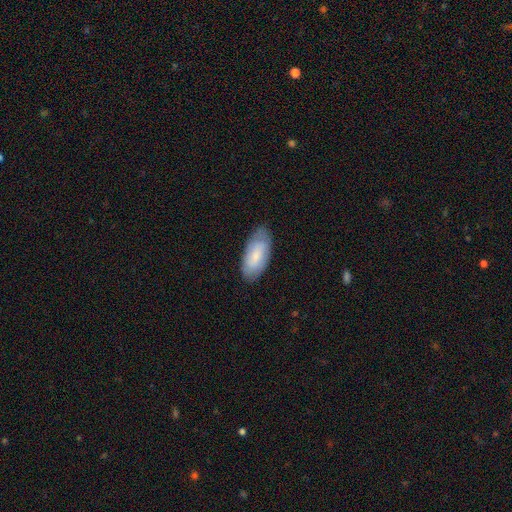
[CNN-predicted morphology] Smooth or featured? smooth (70%)
How rounded? in between (90%)
Merging? none (78%)